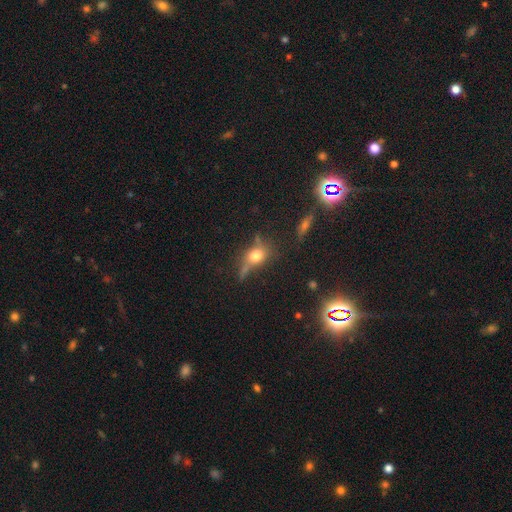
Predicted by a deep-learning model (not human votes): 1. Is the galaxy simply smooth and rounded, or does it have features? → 62% smooth, 21% featured or disk, 17% star or artifact.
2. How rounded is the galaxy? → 48% in between, 43% round, 9% cigar-shaped.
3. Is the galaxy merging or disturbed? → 54% none, 21% minor disturbance, 13% major disturbance, 12% merger.